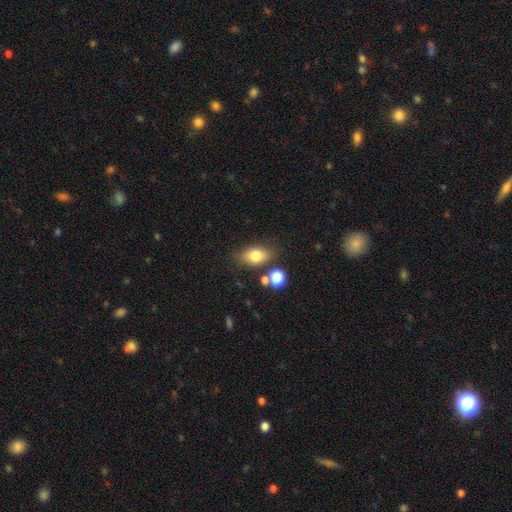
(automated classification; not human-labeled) This appears to be a smooth galaxy with no disk features (77%) that is in between round and cigar-shaped (82%). Merging: none (70%).